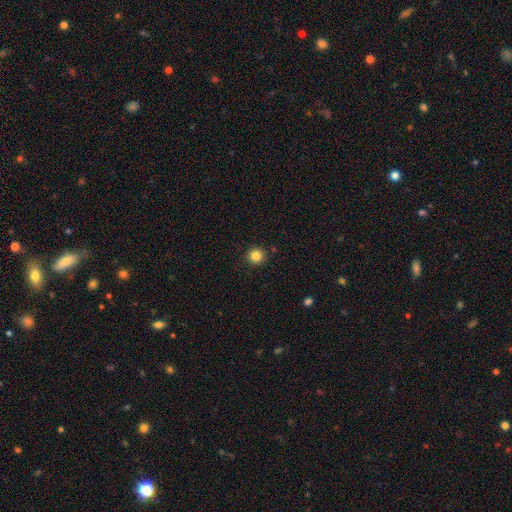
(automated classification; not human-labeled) This is clearly a smooth galaxy (84%). How rounded: clearly round (94%). Merging: clearly none (91%).